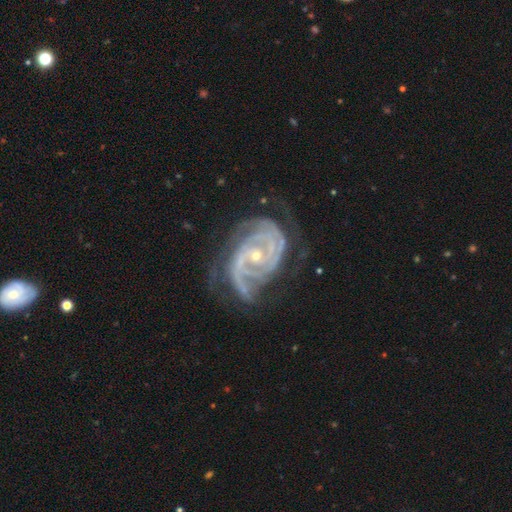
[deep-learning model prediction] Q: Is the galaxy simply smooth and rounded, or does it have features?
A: featured or disk — 92%.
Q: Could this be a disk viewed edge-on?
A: no — 97%.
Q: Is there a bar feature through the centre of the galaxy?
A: no — 57%.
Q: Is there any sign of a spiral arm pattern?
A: yes — 98%.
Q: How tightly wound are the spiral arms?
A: tight — 67%.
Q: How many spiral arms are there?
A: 3 — 27%.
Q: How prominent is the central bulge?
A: small — 72%.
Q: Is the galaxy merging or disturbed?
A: none — 61%.